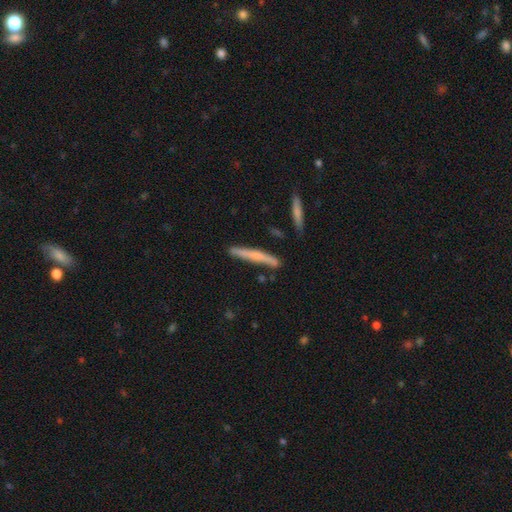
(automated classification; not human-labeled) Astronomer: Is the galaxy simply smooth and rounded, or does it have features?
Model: smooth — 54% (runner-up: featured or disk, 40%).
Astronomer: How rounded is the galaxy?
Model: cigar-shaped — 96%.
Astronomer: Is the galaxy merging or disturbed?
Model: none — 84%.